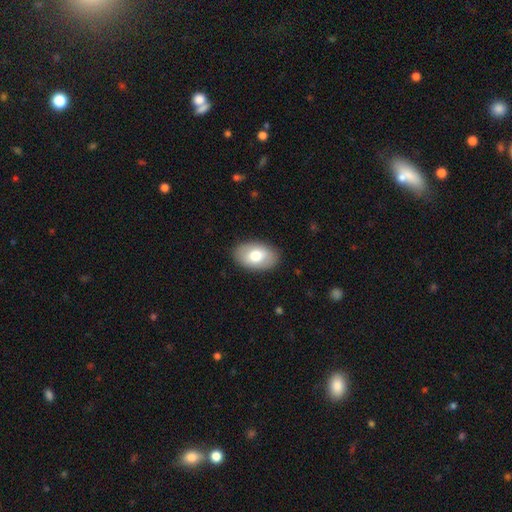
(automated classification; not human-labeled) smooth 71%, featured or disk 23%, star or artifact 6%. Down the decision tree: how rounded — in between (91%); merging — none (87%).